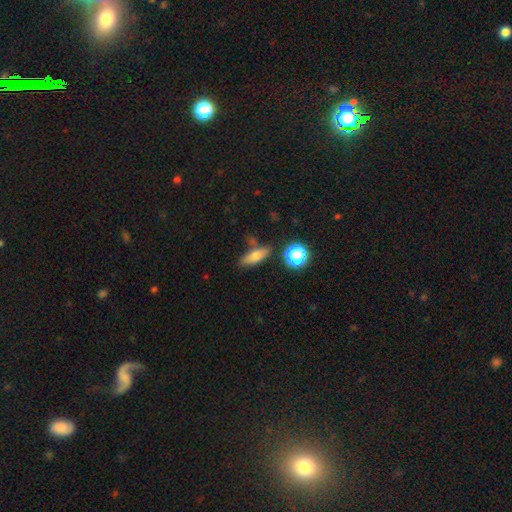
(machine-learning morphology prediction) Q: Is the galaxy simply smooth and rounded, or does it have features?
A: smooth — 67%.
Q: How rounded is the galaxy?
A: in between — 53%.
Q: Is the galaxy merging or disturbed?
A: none — 71%.